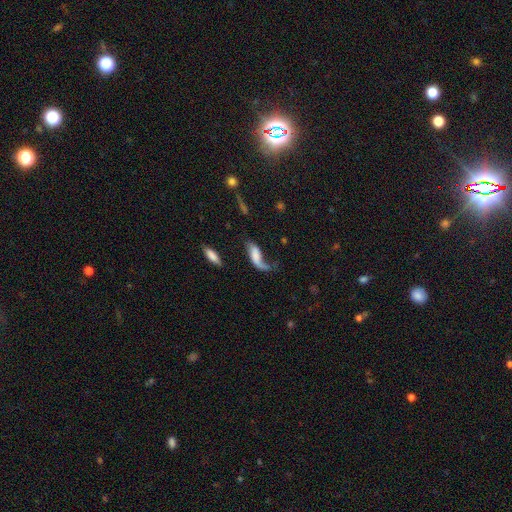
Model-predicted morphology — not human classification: smooth_or_featured: featured or disk (p=0.48) [alt: smooth p=0.43]
merging: major disturbance (p=0.42) [alt: none p=0.30]